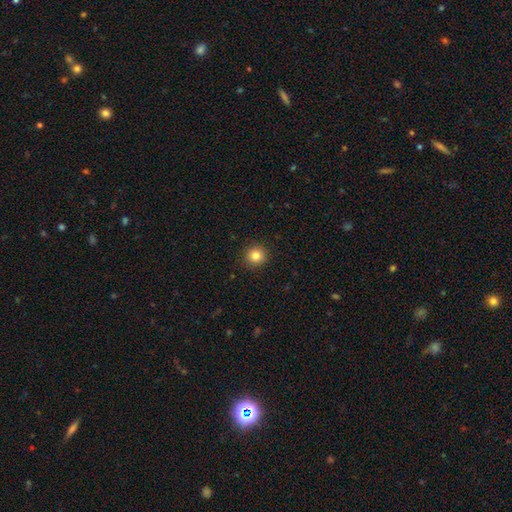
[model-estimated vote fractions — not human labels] smooth 83%, star or artifact 11%, featured or disk 6%. Down the decision tree: how rounded — round (93%); merging — none (91%).